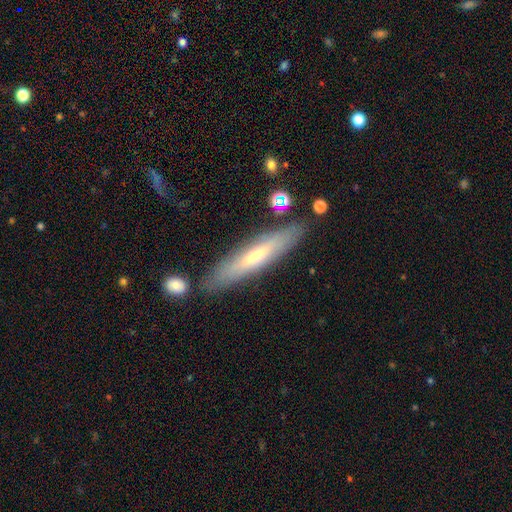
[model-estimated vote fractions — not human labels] smooth-or-featured: smooth: 49% | featured or disk: 45% | star or artifact: 7%
  merging: none: 83% | minor disturbance: 11% | merger: 4% | major disturbance: 3%